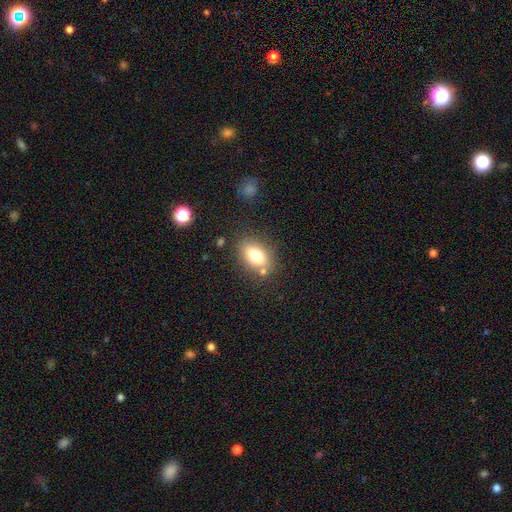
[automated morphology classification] Smooth or featured?
  - smooth: 78% *
  - featured or disk: 13%
  - star or artifact: 9%
How rounded?
  - in between: 83% *
  - round: 14%
  - cigar-shaped: 3%
Merging?
  - none: 75% *
  - minor disturbance: 13%
  - merger: 7%
  - major disturbance: 4%